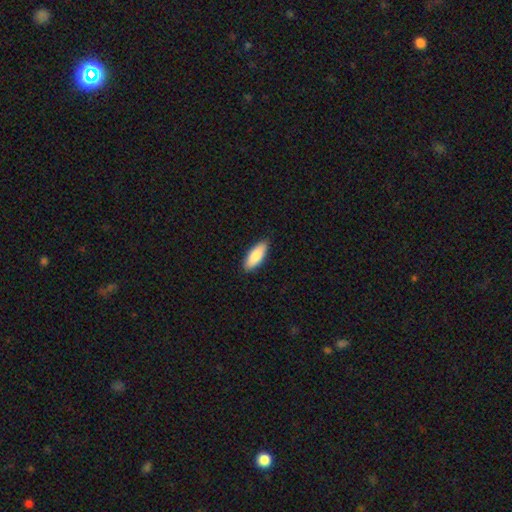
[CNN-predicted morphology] smooth 87%, featured or disk 8%, star or artifact 5%. Down the decision tree: how rounded — in between (73%); merging — none (89%).